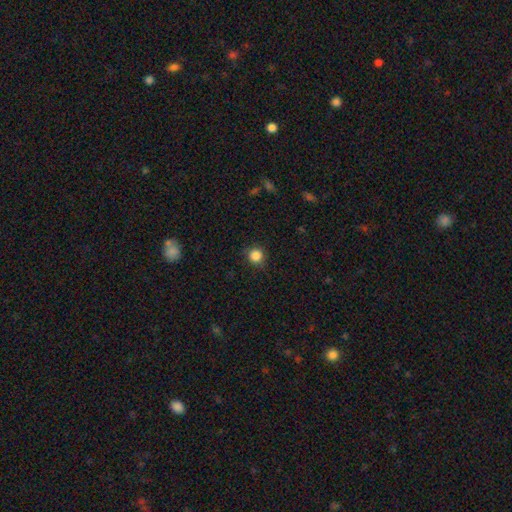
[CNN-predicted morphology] Q: Smooth or featured?
A: smooth (85%); runner-up: star or artifact (11%)
Q: How rounded?
A: round (93%); runner-up: in between (6%)
Q: Merging?
A: none (88%); runner-up: minor disturbance (9%)